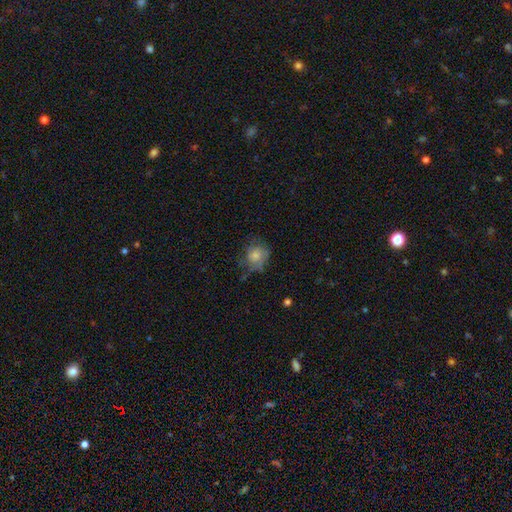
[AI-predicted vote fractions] smooth_or_featured: smooth (p=0.68) [alt: featured or disk p=0.23]
how_rounded: round (p=0.77) [alt: in between p=0.22]
merging: none (p=0.55) [alt: minor disturbance p=0.28]